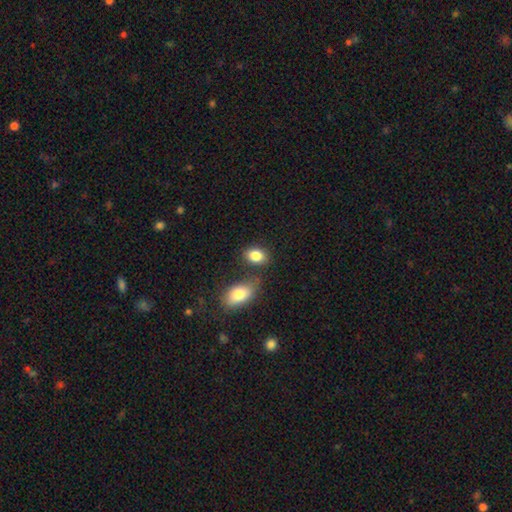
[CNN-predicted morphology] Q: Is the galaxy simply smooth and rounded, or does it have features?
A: smooth — 84%.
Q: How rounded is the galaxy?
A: in between — 78%.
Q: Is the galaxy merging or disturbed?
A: none — 66%.